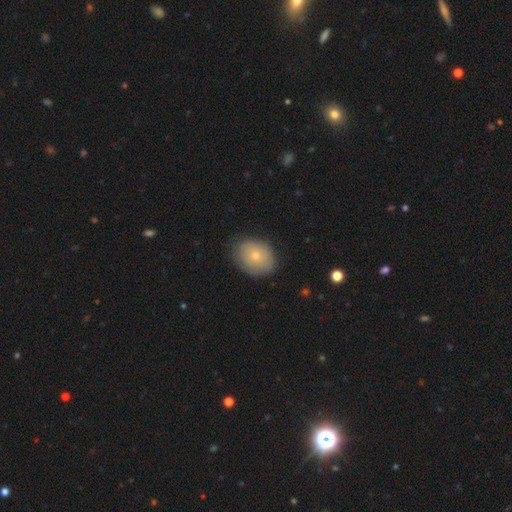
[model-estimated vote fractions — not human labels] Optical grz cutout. It shows a smooth galaxy with no disk features (70%) that is in between round and cigar-shaped (55%). Merging: none (76%).